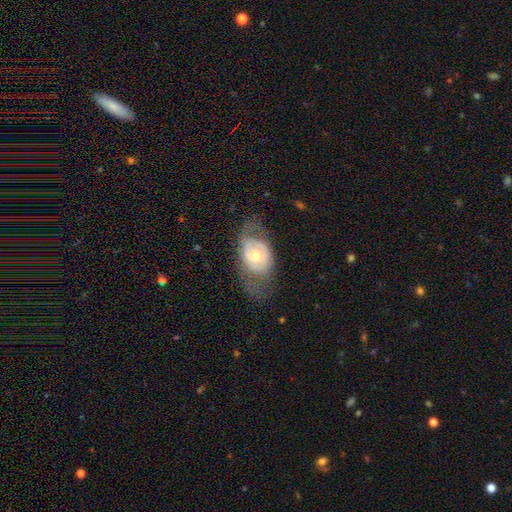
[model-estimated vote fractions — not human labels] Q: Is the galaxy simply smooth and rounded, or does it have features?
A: featured or disk — 62%.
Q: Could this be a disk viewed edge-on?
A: no — 90%.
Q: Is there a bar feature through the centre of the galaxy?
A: no — 77%.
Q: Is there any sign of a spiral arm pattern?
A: no — 63%.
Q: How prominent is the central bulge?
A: moderate — 62%.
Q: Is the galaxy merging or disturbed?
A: none — 54%.